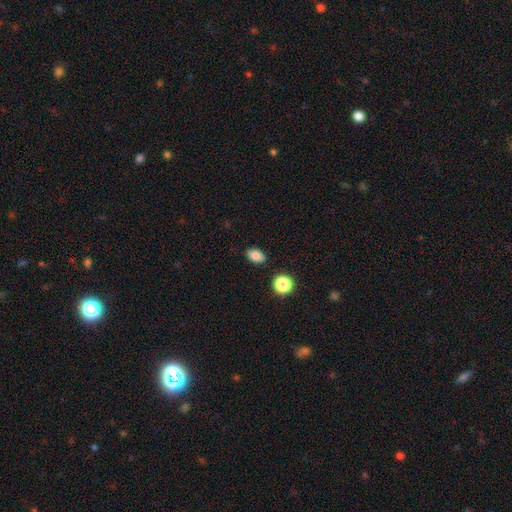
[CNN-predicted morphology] This appears to be a smooth galaxy with no disk features (78%) that is in between round and cigar-shaped (83%). Merging: none (86%).